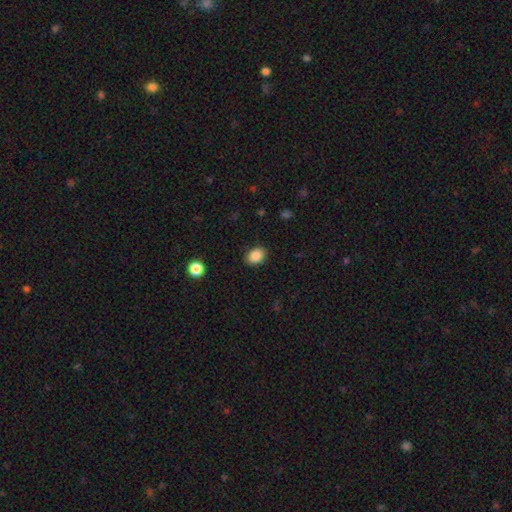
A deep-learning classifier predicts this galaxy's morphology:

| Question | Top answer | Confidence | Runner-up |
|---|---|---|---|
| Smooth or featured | smooth | 88% | star or artifact (9%) |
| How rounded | in between | 70% | round (29%) |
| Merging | none | 88% | minor disturbance (9%) |